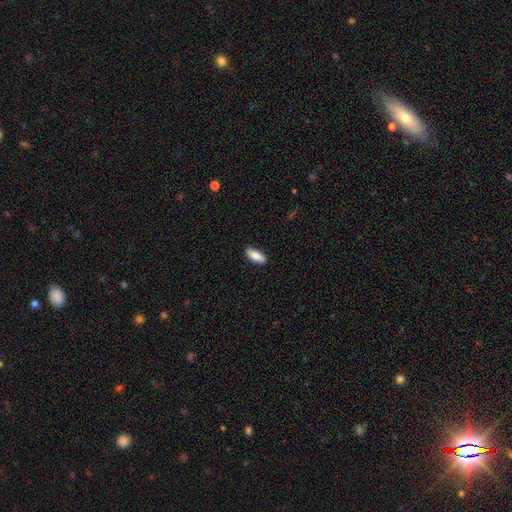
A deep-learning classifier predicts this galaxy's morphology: type=smooth (88%); roundness=in between (75%); merging=none (89%).